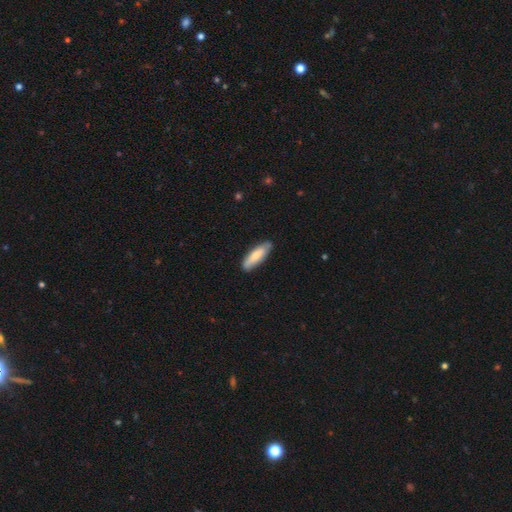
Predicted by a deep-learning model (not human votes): This appears to be a smooth galaxy with no disk features (75%) that is cigar-shaped (54%). Merging: none (82%).